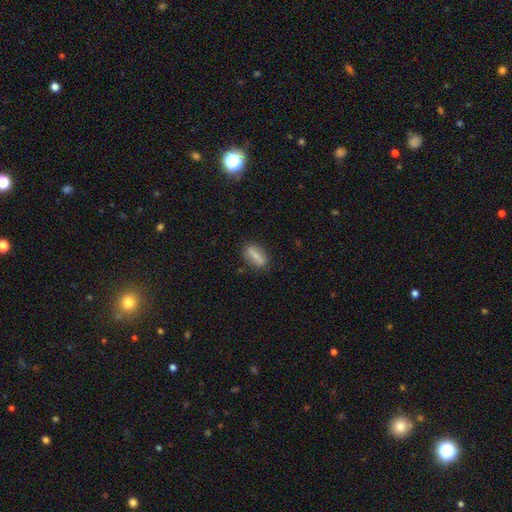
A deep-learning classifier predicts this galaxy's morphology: Smooth or featured? smooth (75%)
How rounded? in between (71%)
Merging? none (83%)